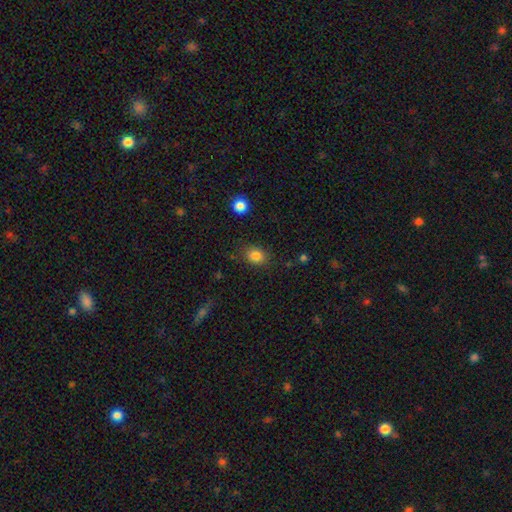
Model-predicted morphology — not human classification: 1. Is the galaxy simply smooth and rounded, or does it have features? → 84% smooth, 11% star or artifact, 5% featured or disk.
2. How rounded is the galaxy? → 53% in between, 46% round, 1% cigar-shaped.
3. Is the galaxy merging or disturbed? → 83% none, 12% minor disturbance, 4% major disturbance, 2% merger.